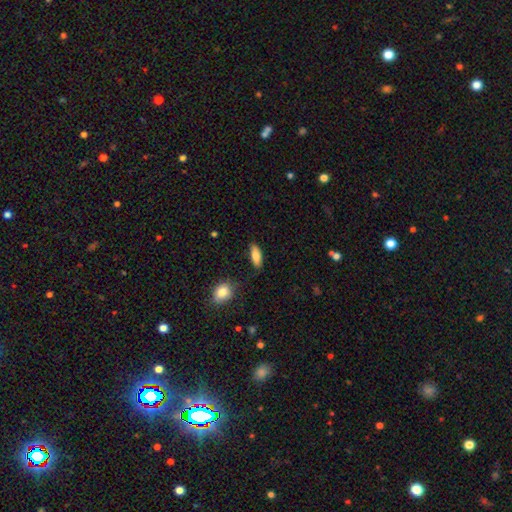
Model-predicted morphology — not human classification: smooth-or-featured: smooth: 80% | featured or disk: 13% | star or artifact: 7%
  how-rounded: in between: 76% | cigar-shaped: 21% | round: 3%
  merging: none: 82% | minor disturbance: 13% | major disturbance: 3% | merger: 3%